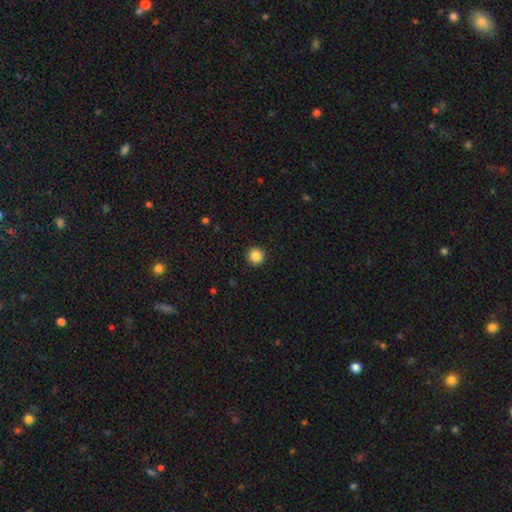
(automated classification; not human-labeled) Smooth or featured? Predicted: smooth (p=0.86). How rounded? Predicted: round (p=0.96). Merging? Predicted: none (p=0.93).